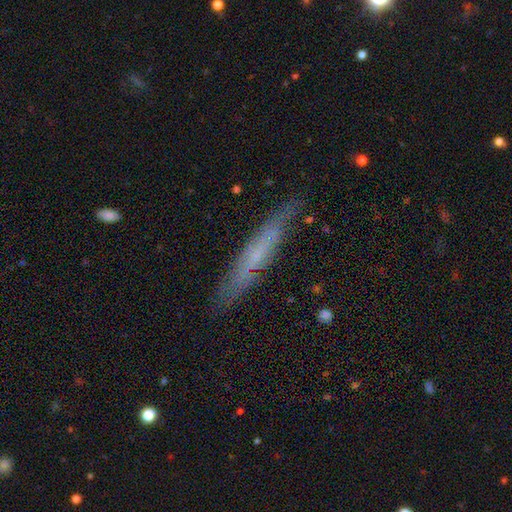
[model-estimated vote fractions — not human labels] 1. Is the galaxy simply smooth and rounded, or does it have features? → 52% featured or disk, 41% smooth, 7% star or artifact.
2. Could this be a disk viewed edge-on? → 82% yes, 18% no.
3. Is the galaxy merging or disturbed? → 82% none, 14% minor disturbance, 3% major disturbance, 2% merger.